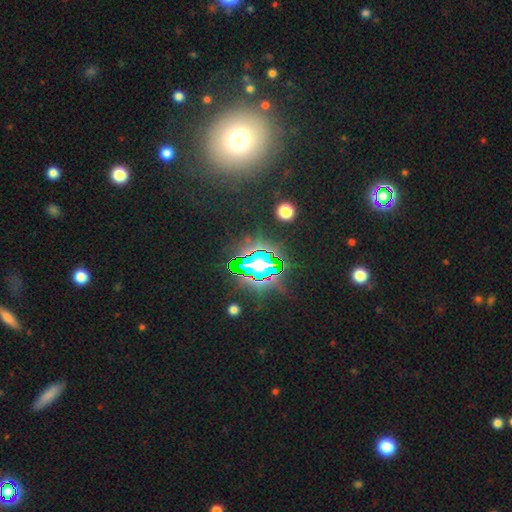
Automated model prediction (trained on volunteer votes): This appears to be a star or artifact, not a galaxy (73%).